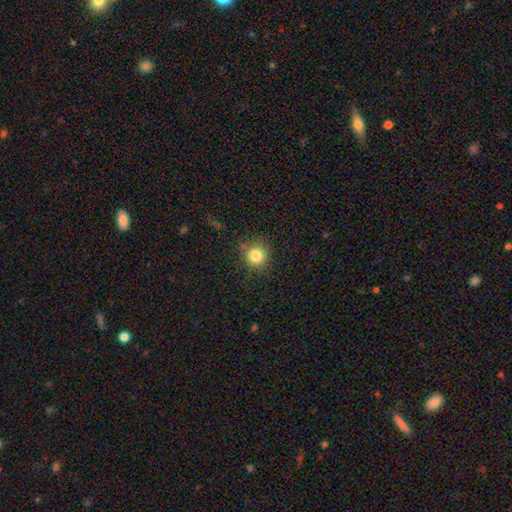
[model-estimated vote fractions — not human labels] Smooth or featured: smooth — 82% (star or artifact — 12%)
How rounded: round — 92% (in between — 7%)
Merging: none — 82% (minor disturbance — 12%)